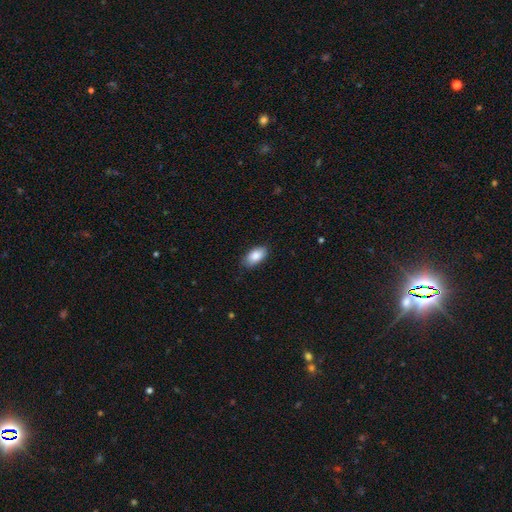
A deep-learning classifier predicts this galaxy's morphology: A smooth galaxy with no disk features (87%) that is in between round and cigar-shaped (94%).

Vote fractions:
- Smooth or featured? smooth: 87% / featured or disk: 7% / star or artifact: 7%
- How rounded? in between: 94% / round: 4% / cigar-shaped: 3%
- Merging? none: 82% / minor disturbance: 15% / major disturbance: 3% / merger: 1%